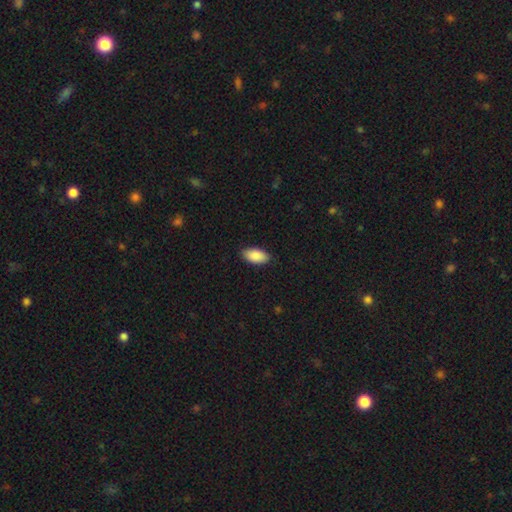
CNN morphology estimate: Smooth or featured? Predicted: smooth (p=0.90). How rounded? Predicted: in between (p=0.94). Merging? Predicted: none (p=0.87).